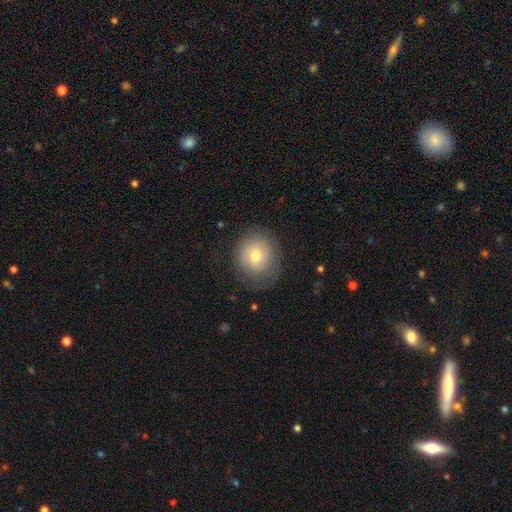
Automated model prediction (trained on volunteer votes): Smooth or featured?
  - smooth: 71% *
  - featured or disk: 19%
  - star or artifact: 9%
How rounded?
  - round: 77% *
  - in between: 22%
  - cigar-shaped: 1%
Merging?
  - none: 74% *
  - minor disturbance: 18%
  - major disturbance: 7%
  - merger: 1%